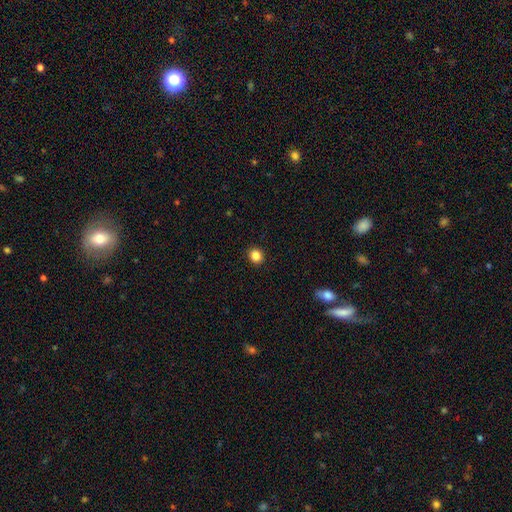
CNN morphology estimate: This appears to be a smooth galaxy with no disk features (85%) that is round (82%). Merging: none (93%).